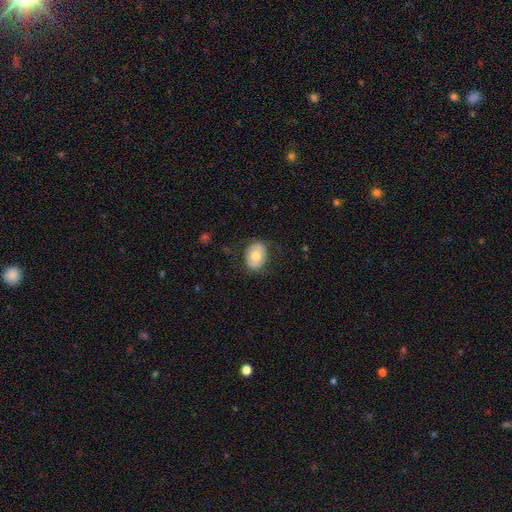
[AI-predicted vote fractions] Morphology: type=smooth (66%); roundness=in between (61%); merging=none (80%).